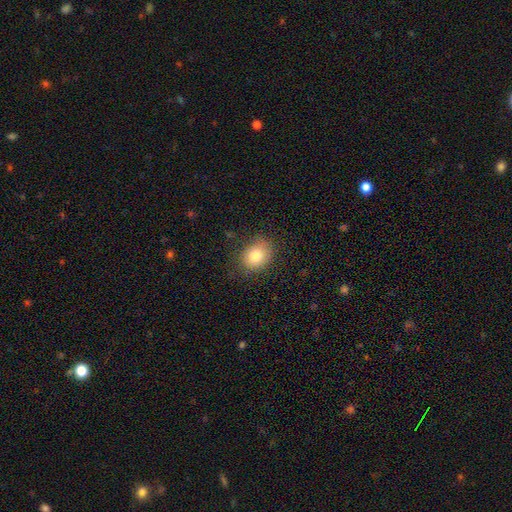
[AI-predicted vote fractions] A smooth galaxy with no disk features (80%) that is round (54%).

Vote fractions:
- Smooth or featured? smooth: 80% / star or artifact: 10% / featured or disk: 10%
- How rounded? round: 54% / in between: 45% / cigar-shaped: 1%
- Merging? none: 78% / minor disturbance: 16% / major disturbance: 4% / merger: 1%